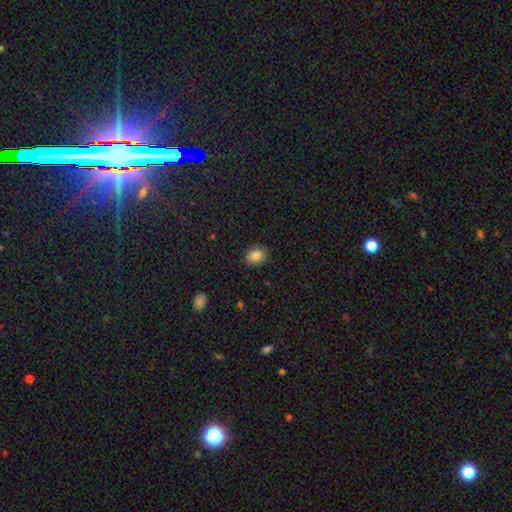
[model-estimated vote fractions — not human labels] Smooth or featured? Predicted: smooth (p=0.84). How rounded? Predicted: in between (p=0.62). Merging? Predicted: none (p=0.86).